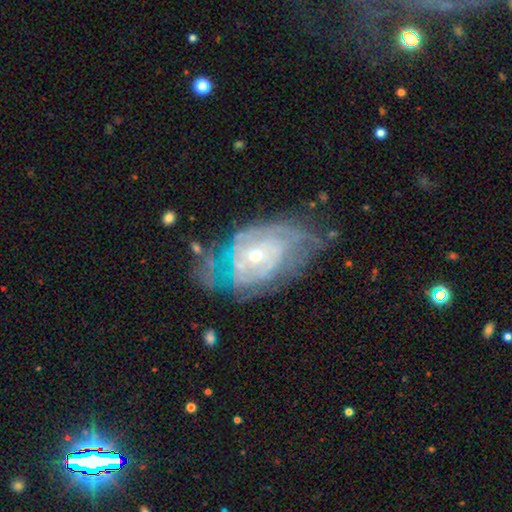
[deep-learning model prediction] The model was most divided on "bulge size": small: 56%, moderate: 40%, large: 2%, none: 1%, dominant: 1%. Remaining: edge-on disk — no (95%); spiral arms — yes (89%); smooth or featured — featured or disk (84%); bar — no (69%); spiral winding — tight (67%); merging — none (50%); spiral arm count — can't tell (46%).